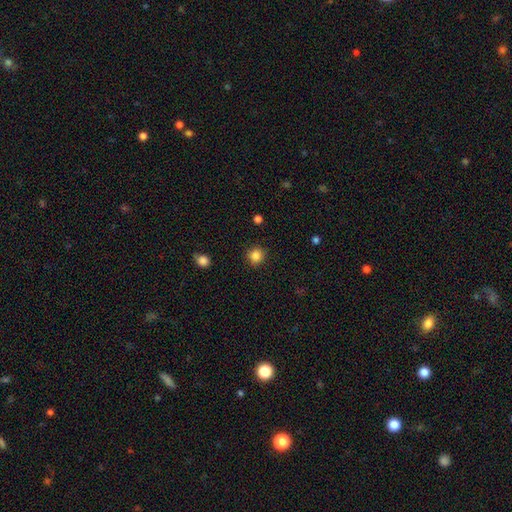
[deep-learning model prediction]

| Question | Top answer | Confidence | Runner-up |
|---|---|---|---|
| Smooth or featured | smooth | 85% | star or artifact (11%) |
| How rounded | round | 90% | in between (9%) |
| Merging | none | 90% | minor disturbance (7%) |